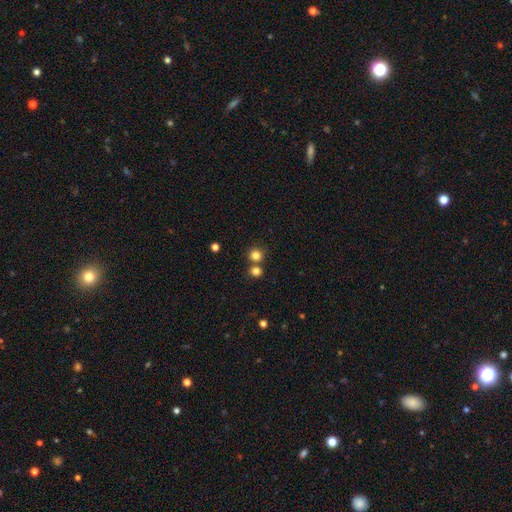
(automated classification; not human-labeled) smooth 81%, star or artifact 13%, featured or disk 6%. Down the decision tree: how rounded — round (91%); merging — none (68%).